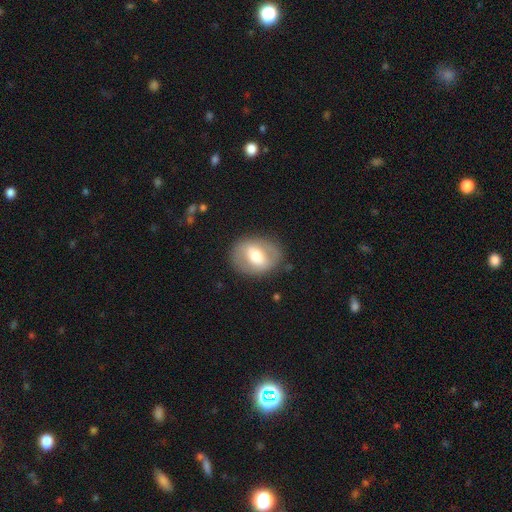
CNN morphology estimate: A smooth galaxy with no disk features (51%) that is in between round and cigar-shaped (57%). Merging: none (82%).